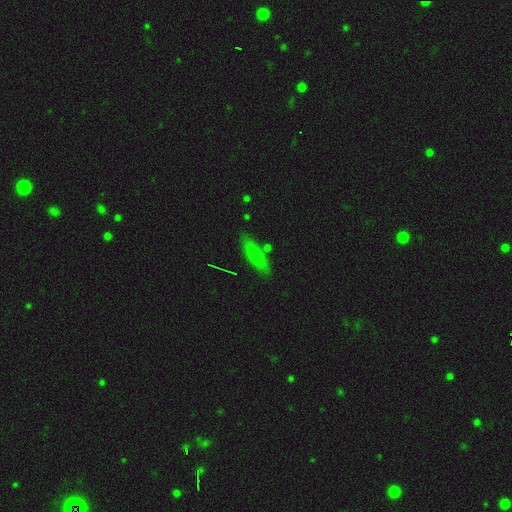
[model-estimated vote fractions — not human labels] This is likely a smooth galaxy (69%). How rounded: possibly in between (53%). Merging: likely none (80%).